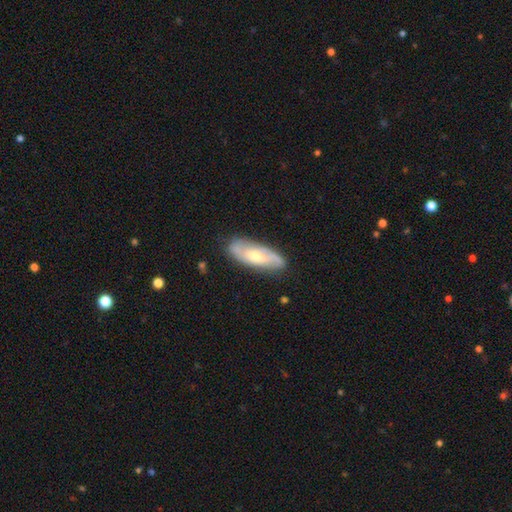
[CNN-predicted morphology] Overall: featured or disk (58%; smooth 34%). Edge-on disk: no (77%). Merging: none (86%).